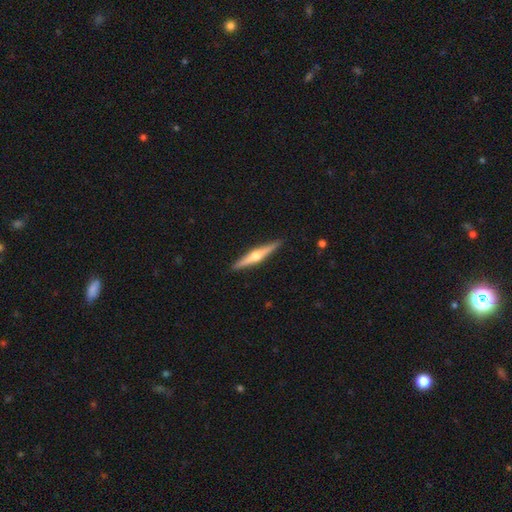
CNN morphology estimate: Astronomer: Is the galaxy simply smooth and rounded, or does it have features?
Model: featured or disk — 72%.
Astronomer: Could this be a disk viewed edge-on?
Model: yes — 98%.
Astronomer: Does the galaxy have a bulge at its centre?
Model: rounded — 94%.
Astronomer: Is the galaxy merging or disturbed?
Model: none — 92%.